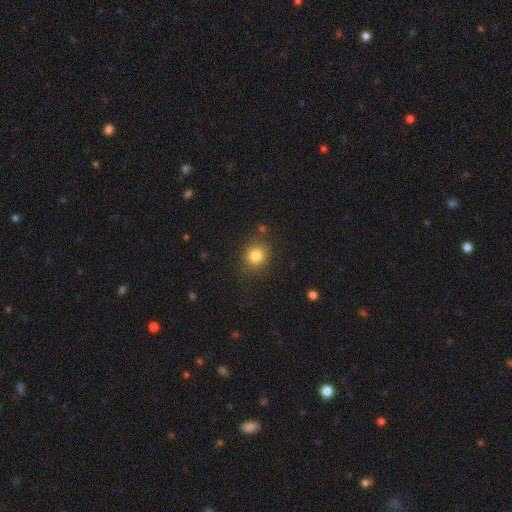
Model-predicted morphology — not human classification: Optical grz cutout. It shows a smooth galaxy with no disk features (82%) that is round (80%). Merging: none (82%).